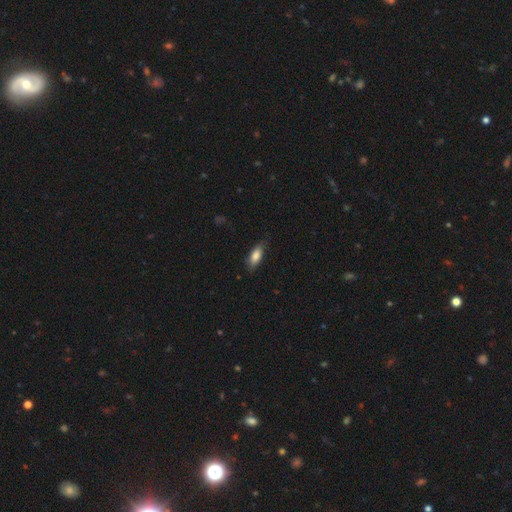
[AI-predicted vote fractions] This appears to be a smooth galaxy with no disk features (81%) that is in between round and cigar-shaped (79%). Merging: none (73%).